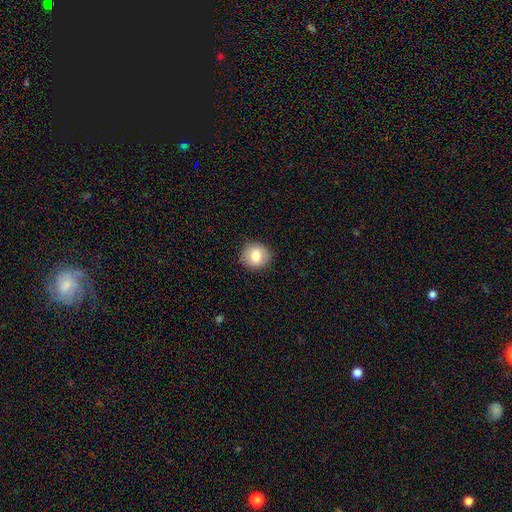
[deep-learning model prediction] The model was most divided on "smooth or featured": smooth: 76%, featured or disk: 15%, star or artifact: 9%. More confident: merging — none (88%); how rounded — round (87%).